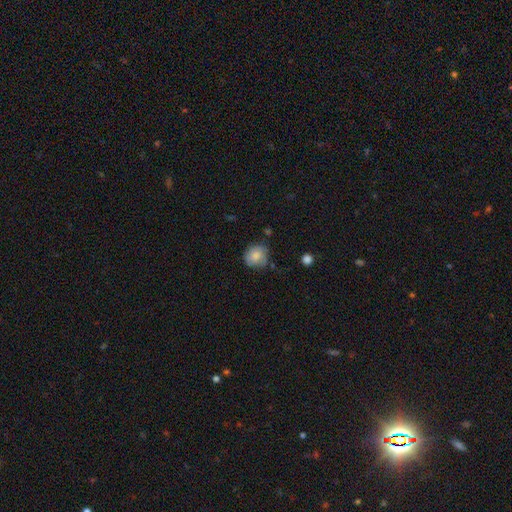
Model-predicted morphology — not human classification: smooth-or-featured: smooth: 76% | featured or disk: 16% | star or artifact: 8%
  how-rounded: round: 80% | in between: 19% | cigar-shaped: 1%
  merging: none: 70% | minor disturbance: 22% | major disturbance: 5% | merger: 3%